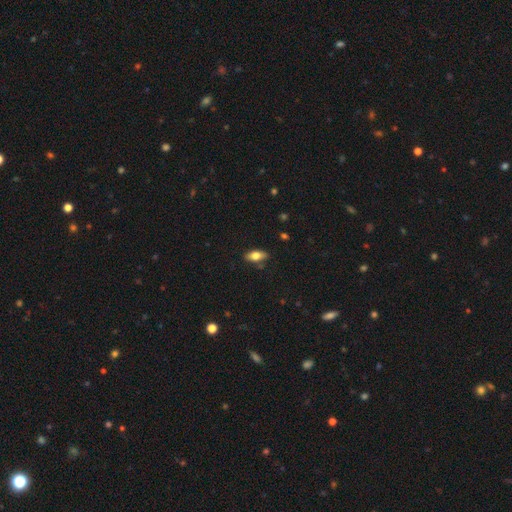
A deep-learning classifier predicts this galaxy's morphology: A smooth galaxy with no disk features (73%) that is in between round and cigar-shaped (84%).

Vote fractions:
- Smooth or featured? smooth: 73% / featured or disk: 19% / star or artifact: 7%
- How rounded? in between: 84% / cigar-shaped: 13% / round: 3%
- Merging? none: 83% / minor disturbance: 13% / major disturbance: 3% / merger: 2%